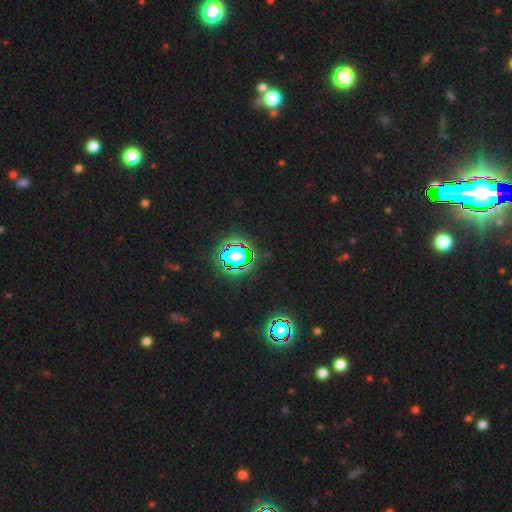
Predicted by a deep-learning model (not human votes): smooth_or_featured: star or artifact (p=0.81) [alt: smooth p=0.12]